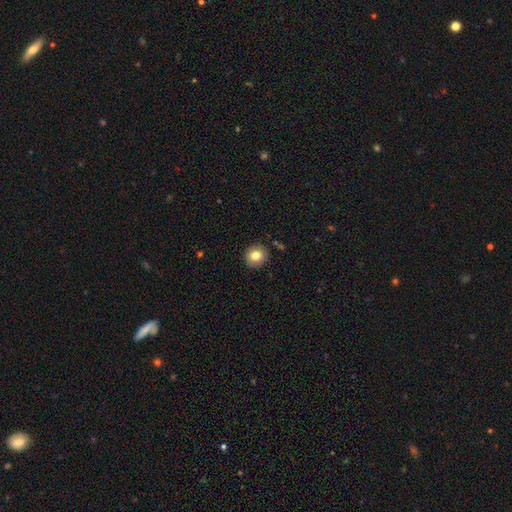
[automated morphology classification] The model was most divided on "smooth or featured": smooth: 81%, featured or disk: 10%, star or artifact: 9%. More confident: merging — none (90%); how rounded — round (87%).